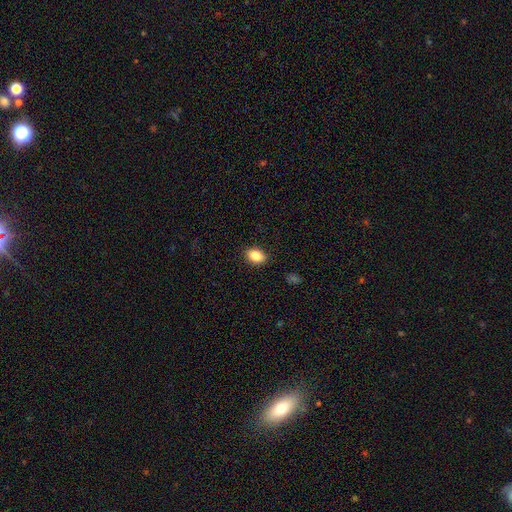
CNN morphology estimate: smooth_or_featured: smooth (p=0.86) [alt: star or artifact p=0.08]
how_rounded: in between (p=0.77) [alt: round p=0.22]
merging: none (p=0.88) [alt: minor disturbance p=0.09]